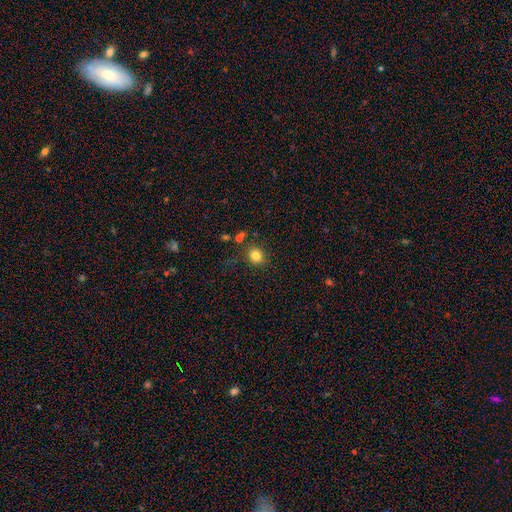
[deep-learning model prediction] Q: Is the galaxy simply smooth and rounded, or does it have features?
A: smooth — 82%.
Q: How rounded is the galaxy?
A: round — 73%.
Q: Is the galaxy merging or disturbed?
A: none — 81%.